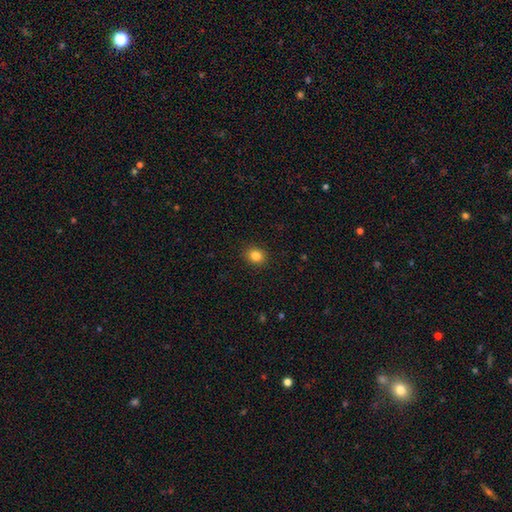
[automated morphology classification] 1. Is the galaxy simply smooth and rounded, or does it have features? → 84% smooth, 11% star or artifact, 5% featured or disk.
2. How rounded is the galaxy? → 65% round, 34% in between, 1% cigar-shaped.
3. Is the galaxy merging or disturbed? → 90% none, 7% minor disturbance, 2% major disturbance, 1% merger.